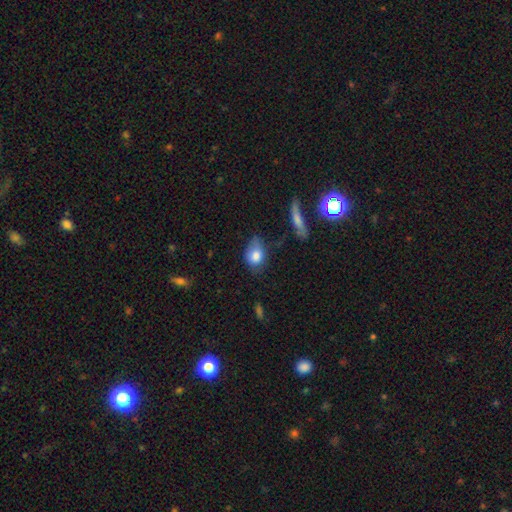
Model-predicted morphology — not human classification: This is likely a smooth galaxy (77%). How rounded: likely in between (73%). Merging: marginally minor disturbance (38%).